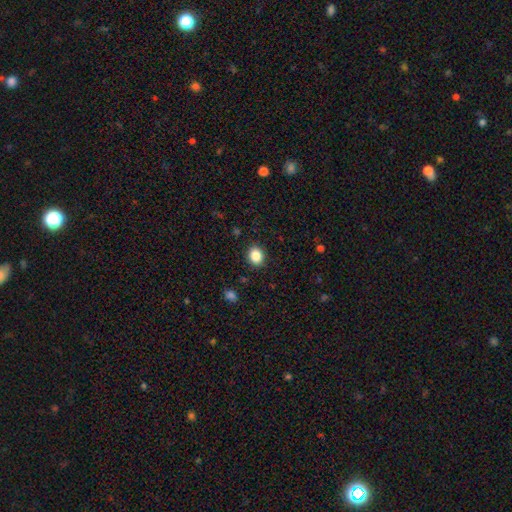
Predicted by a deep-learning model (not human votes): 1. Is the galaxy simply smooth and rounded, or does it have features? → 86% smooth, 9% star or artifact, 5% featured or disk.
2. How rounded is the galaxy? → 56% round, 44% in between, 1% cigar-shaped.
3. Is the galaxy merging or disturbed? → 90% none, 7% minor disturbance, 2% major disturbance, 1% merger.